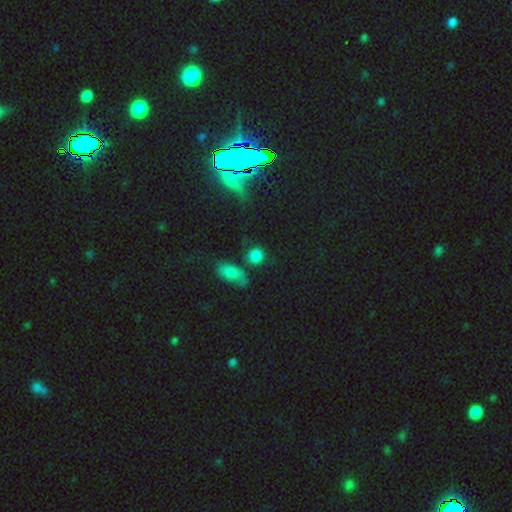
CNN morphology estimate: Smooth or featured? smooth (76%)
How rounded? round (85%)
Merging? none (69%)